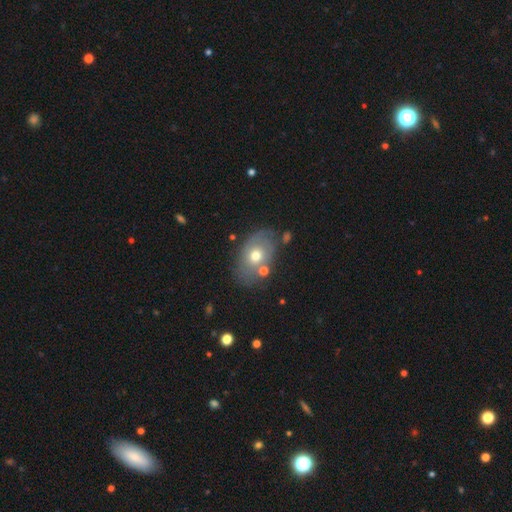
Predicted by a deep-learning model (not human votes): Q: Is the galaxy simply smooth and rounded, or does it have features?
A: smooth — 55%.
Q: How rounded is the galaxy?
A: in between — 80%.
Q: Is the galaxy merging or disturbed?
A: none — 68%.